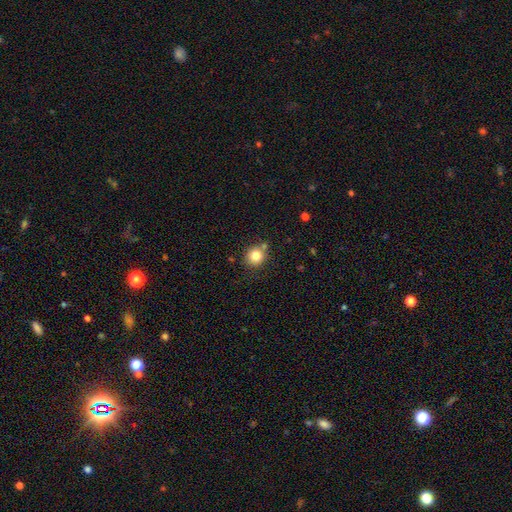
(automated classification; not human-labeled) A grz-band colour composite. It shows a smooth galaxy with no disk features (81%) that is round (85%). Merging: none (74%).